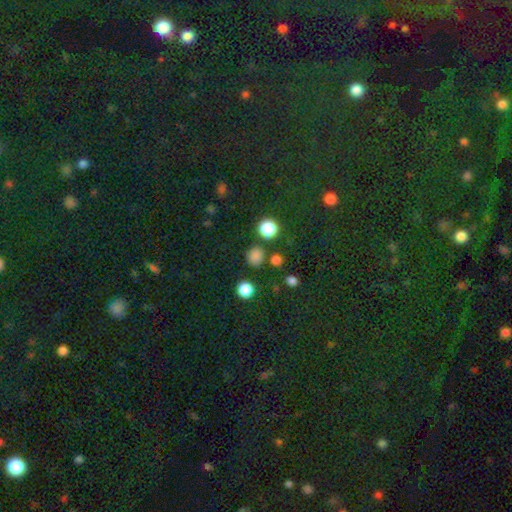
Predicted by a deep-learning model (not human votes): Morphology: type=smooth (77%); roundness=round (83%); merging=none (82%).